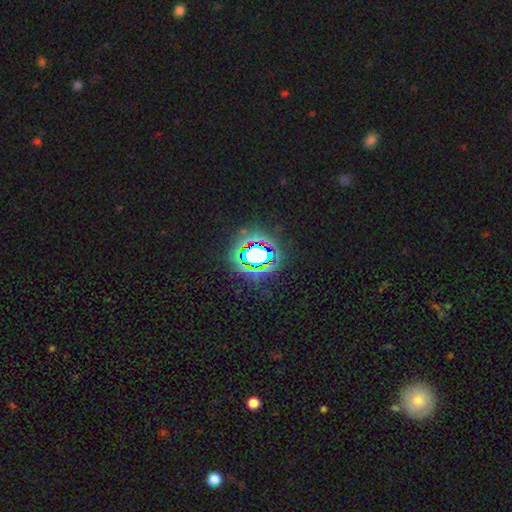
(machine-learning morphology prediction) Smooth or featured: star or artifact — 59% (smooth — 24%)